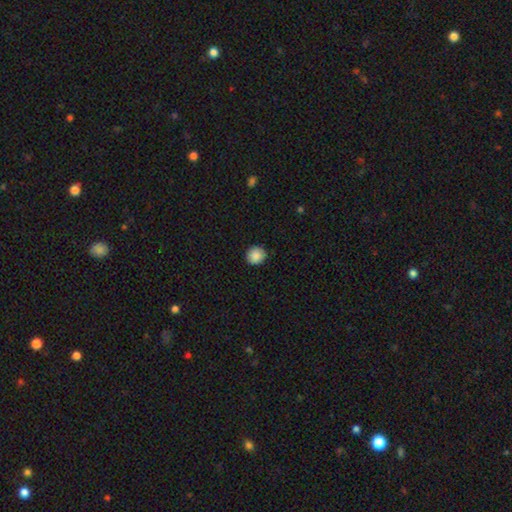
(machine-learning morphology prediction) Smooth or featured: smooth — 88% (star or artifact — 9%)
How rounded: round — 91% (in between — 8%)
Merging: none — 87% (minor disturbance — 10%)